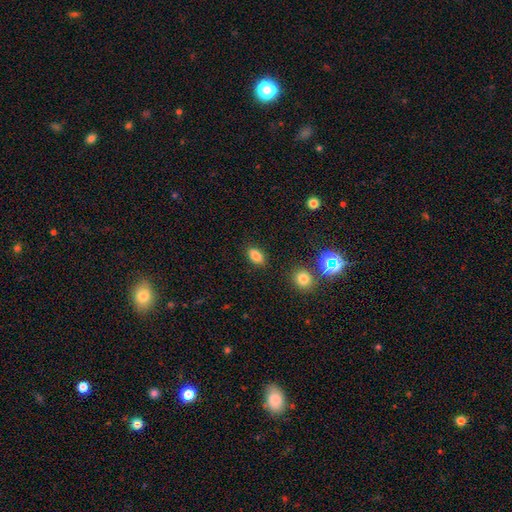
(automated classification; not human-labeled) Q: Smooth or featured?
A: smooth (81%); runner-up: star or artifact (12%)
Q: How rounded?
A: in between (86%); runner-up: round (10%)
Q: Merging?
A: none (85%); runner-up: minor disturbance (10%)